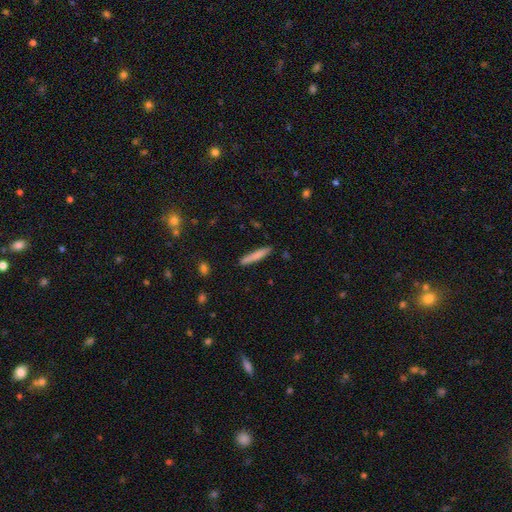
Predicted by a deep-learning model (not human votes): Smooth or featured? Predicted: smooth (p=0.76). How rounded? Predicted: cigar-shaped (p=0.93). Merging? Predicted: none (p=0.87).